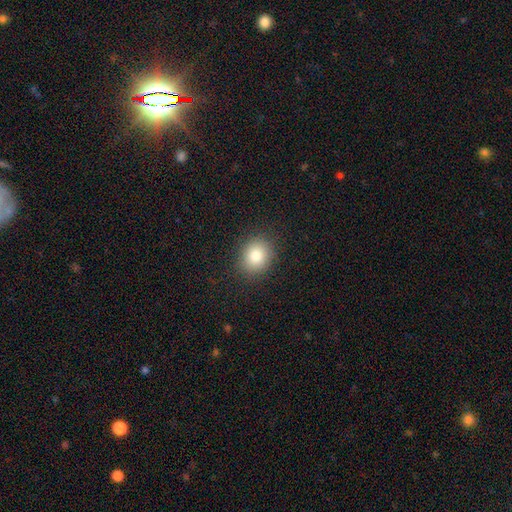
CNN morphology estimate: This is clearly a smooth galaxy (83%). How rounded: likely round (64%). Merging: clearly none (88%).